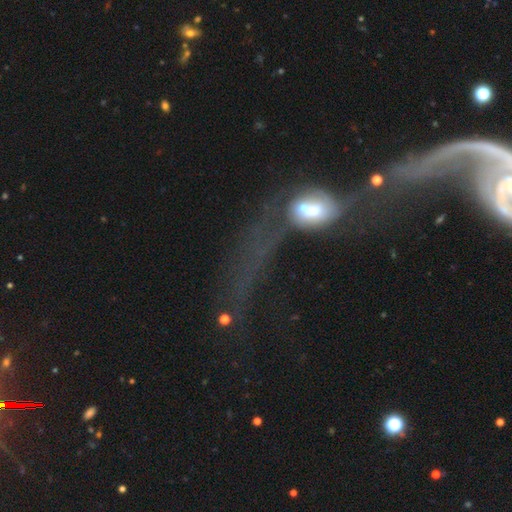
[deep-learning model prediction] The model was most divided on "smooth or featured": featured or disk: 43%, smooth: 38%, star or artifact: 19%. Remaining: merging — major disturbance (41%).